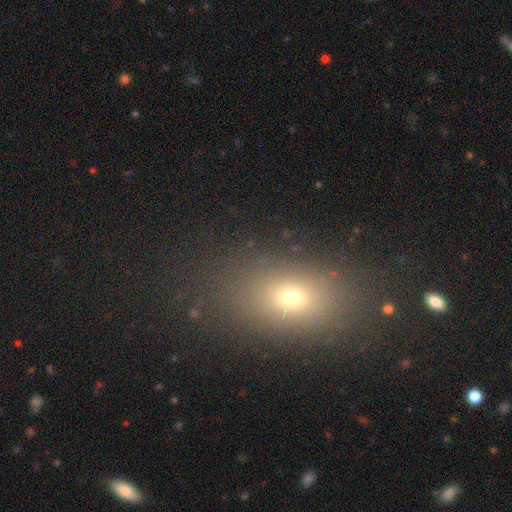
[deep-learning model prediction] Morphology: type=smooth (65%); roundness=in between (73%); merging=none (85%).